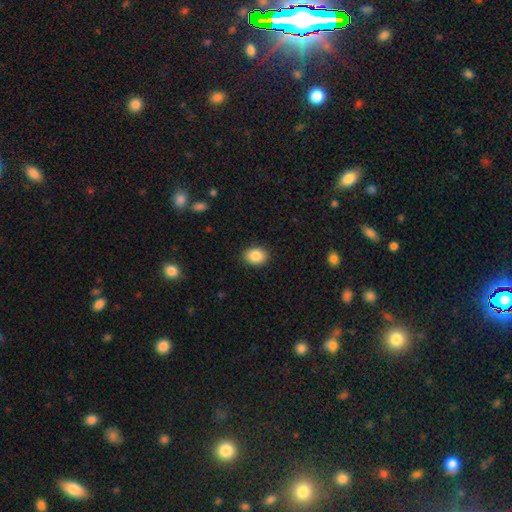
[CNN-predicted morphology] Smooth or featured?
  - smooth: 86% *
  - star or artifact: 8%
  - featured or disk: 5%
How rounded?
  - in between: 56% *
  - round: 43%
  - cigar-shaped: 1%
Merging?
  - none: 90% *
  - minor disturbance: 7%
  - major disturbance: 2%
  - merger: 1%